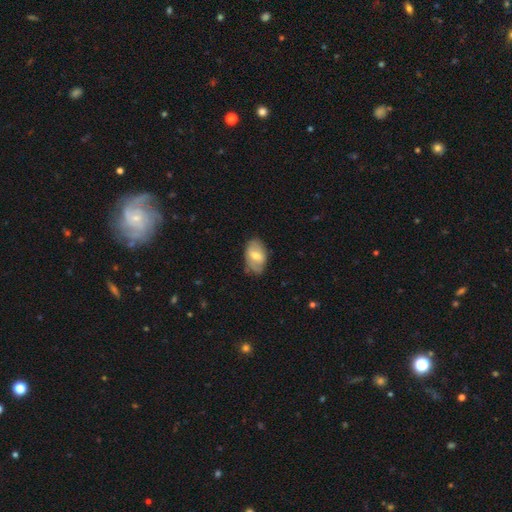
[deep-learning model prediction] Overall: smooth (61%; featured or disk 33%). How rounded: in between (91%). Merging: none (64%; minor disturbance 28%).